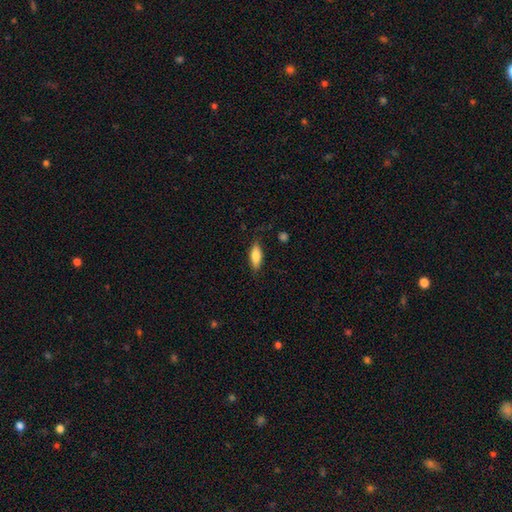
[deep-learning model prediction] smooth_or_featured: smooth (p=0.81) [alt: featured or disk p=0.13]
how_rounded: in between (p=0.72) [alt: cigar-shaped p=0.26]
merging: none (p=0.80) [alt: minor disturbance p=0.16]